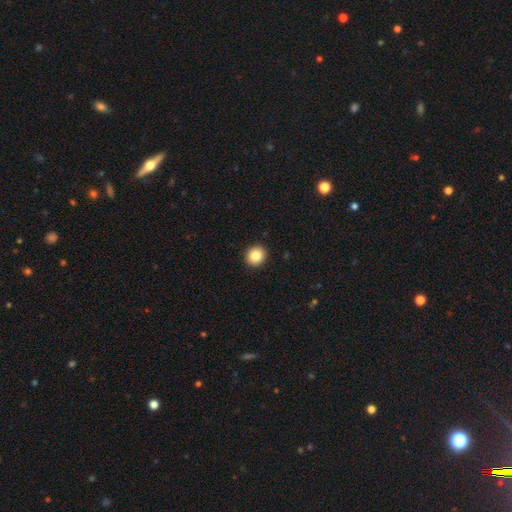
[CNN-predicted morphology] smooth 85%, star or artifact 9%, featured or disk 6%. Down the decision tree: how rounded — round (84%); merging — none (93%).